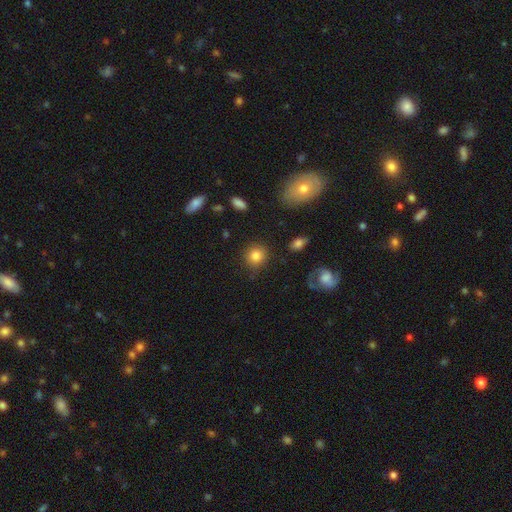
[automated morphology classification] The model was most divided on "merging": none: 83%, minor disturbance: 11%, major disturbance: 4%, merger: 2%. More confident: how rounded — round (88%); smooth or featured — smooth (84%).